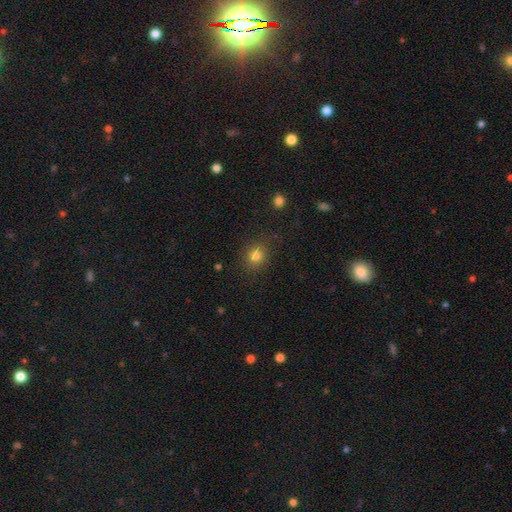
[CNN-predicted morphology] type=smooth (81%); roundness=round (75%); merging=none (86%).